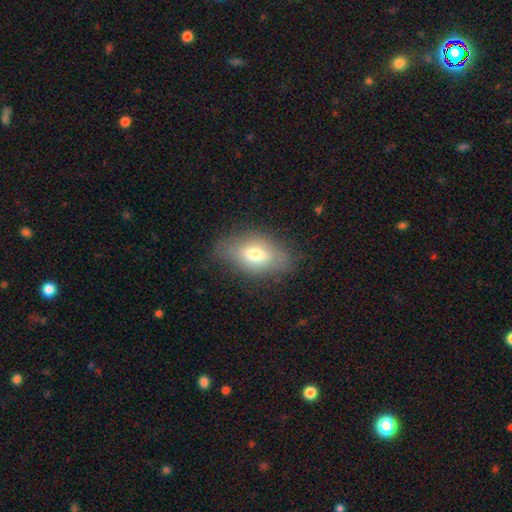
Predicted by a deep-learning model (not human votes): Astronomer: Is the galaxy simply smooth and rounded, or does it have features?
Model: smooth — 68%.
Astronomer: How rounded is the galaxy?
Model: in between — 88%.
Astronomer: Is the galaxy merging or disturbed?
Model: none — 74%.